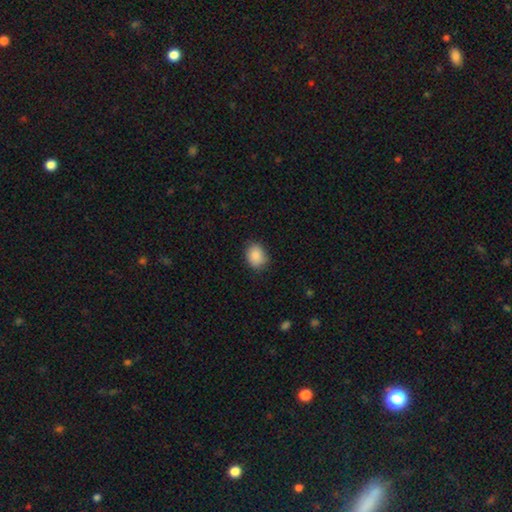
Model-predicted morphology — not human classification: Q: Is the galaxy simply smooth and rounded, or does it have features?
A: smooth — 89%.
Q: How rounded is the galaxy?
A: in between — 51%.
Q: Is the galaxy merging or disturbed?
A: none — 82%.